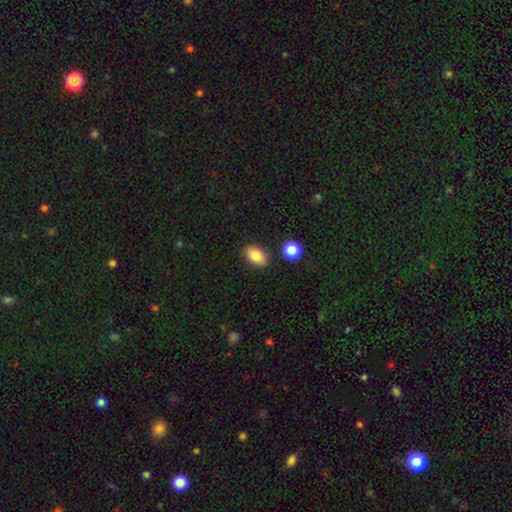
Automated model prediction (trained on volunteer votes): A smooth galaxy with no disk features (84%) that is in between round and cigar-shaped (88%). Merging: none (84%).